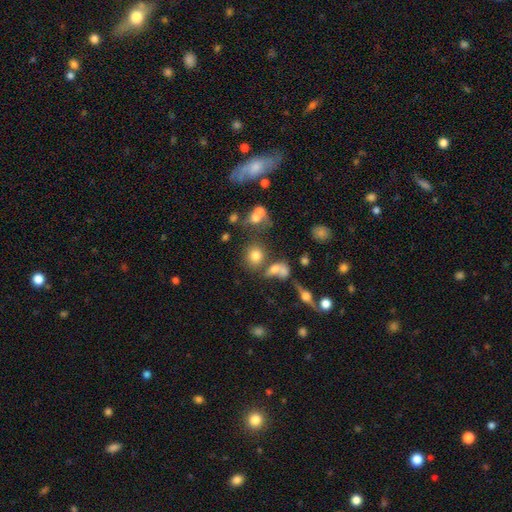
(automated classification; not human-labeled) A smooth galaxy with no disk features (73%) that is round (72%). Merging: none (60%).